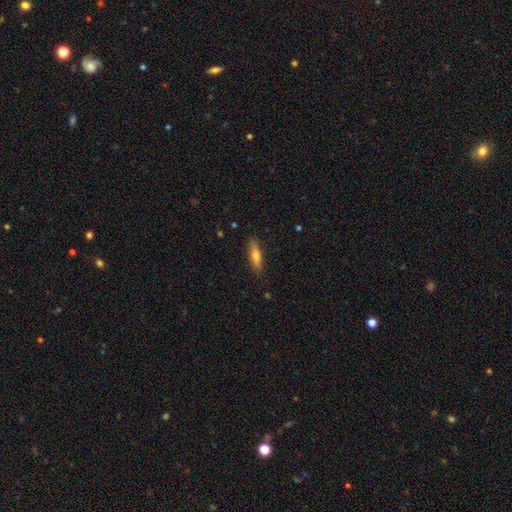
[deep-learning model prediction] Smooth or featured: smooth — 69% (featured or disk — 24%)
How rounded: cigar-shaped — 69% (in between — 29%)
Merging: none — 86% (minor disturbance — 11%)